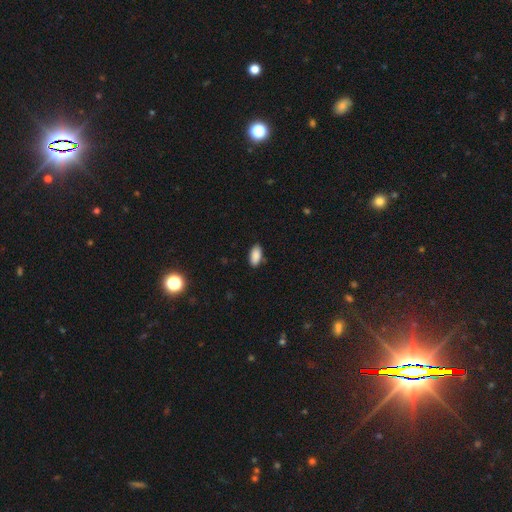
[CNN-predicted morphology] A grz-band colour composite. It shows a smooth galaxy with no disk features (89%) that is in between round and cigar-shaped (93%). Merging: none (85%).